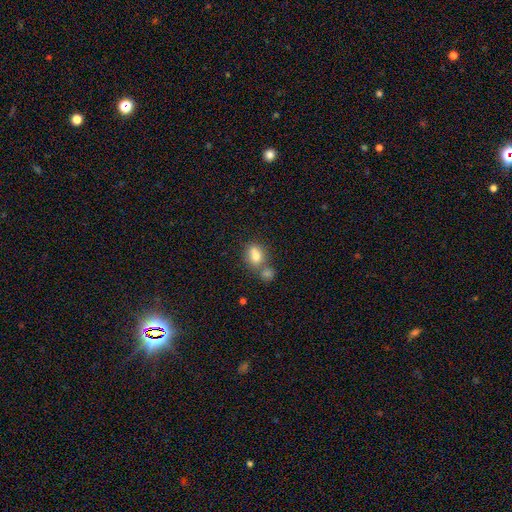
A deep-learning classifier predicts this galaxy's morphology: This is likely a smooth galaxy (74%). How rounded: possibly round (58%). Merging: possibly merger (45%).